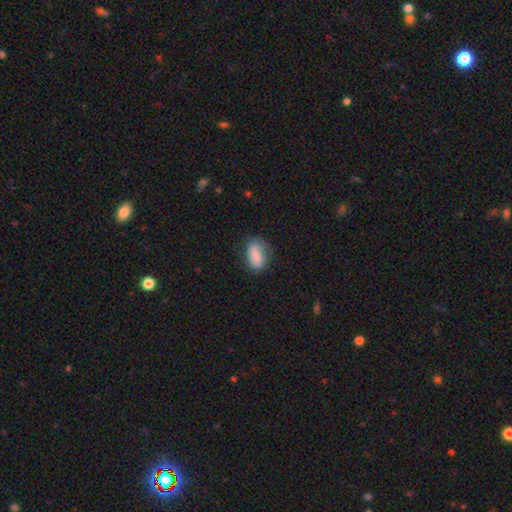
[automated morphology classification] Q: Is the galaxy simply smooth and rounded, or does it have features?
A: smooth — 62%.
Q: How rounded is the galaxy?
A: in between — 85%.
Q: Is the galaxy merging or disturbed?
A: none — 67%.